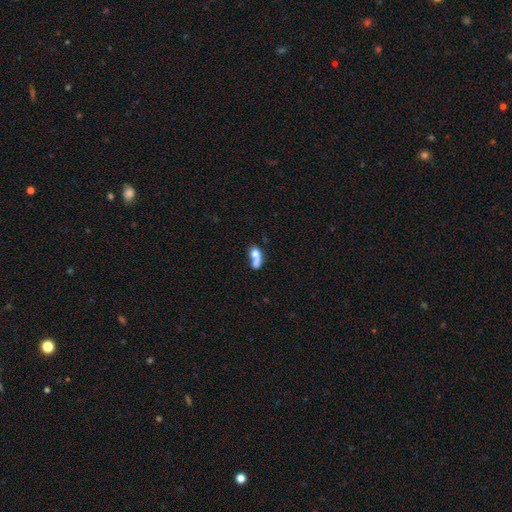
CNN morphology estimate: Smooth or featured?
  - smooth: 68% *
  - featured or disk: 23%
  - star or artifact: 9%
How rounded?
  - in between: 60% *
  - round: 33%
  - cigar-shaped: 7%
Merging?
  - merger: 60% *
  - none: 20%
  - major disturbance: 12%
  - minor disturbance: 9%